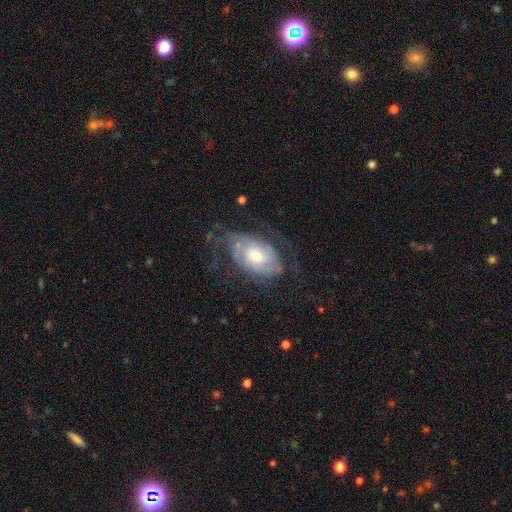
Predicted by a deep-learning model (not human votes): Q: Smooth or featured?
A: featured or disk (75%); runner-up: smooth (18%)
Q: Edge-on disk?
A: no (95%); runner-up: yes (5%)
Q: Bar?
A: no (69%); runner-up: weak (26%)
Q: Spiral arms?
A: yes (86%); runner-up: no (14%)
Q: Spiral winding?
A: tight (41%); runner-up: medium (39%)
Q: Spiral arm count?
A: 2 (40%); runner-up: can't tell (35%)
Q: Bulge size?
A: moderate (61%); runner-up: small (22%)
Q: Merging?
A: none (54%); runner-up: major disturbance (23%)